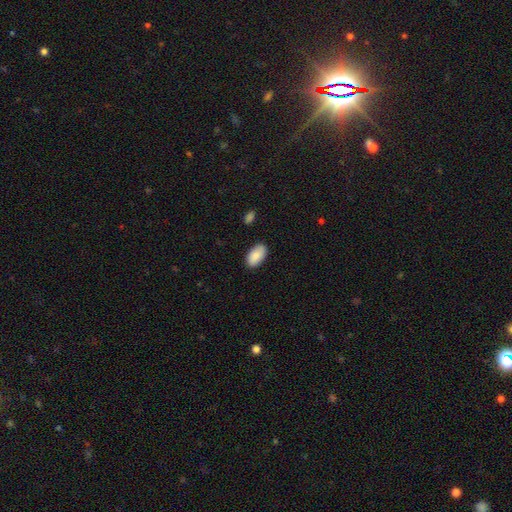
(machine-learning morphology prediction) smooth 87%, featured or disk 6%, star or artifact 6%. Down the decision tree: how rounded — in between (95%); merging — none (86%).